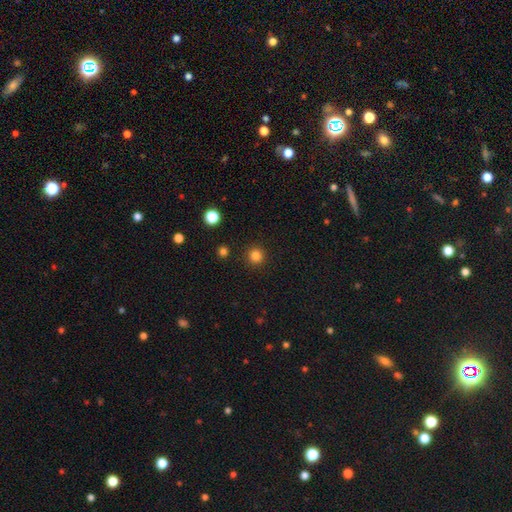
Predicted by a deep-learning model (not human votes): smooth_or_featured: smooth (p=0.83) [alt: star or artifact p=0.13]
how_rounded: round (p=0.95) [alt: in between p=0.04]
merging: none (p=0.92) [alt: minor disturbance p=0.05]